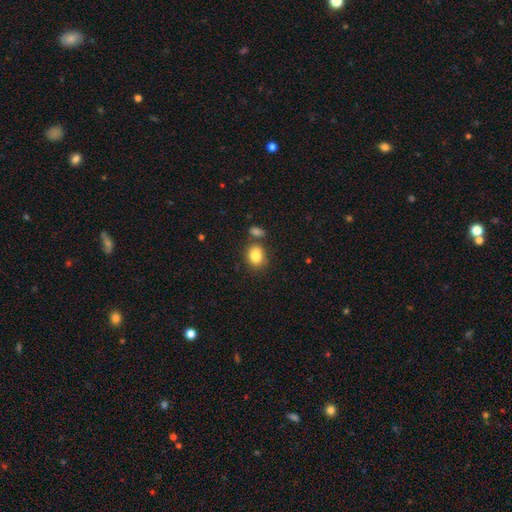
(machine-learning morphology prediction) This appears to be a smooth galaxy with no disk features (84%) that is in between round and cigar-shaped (54%). Merging: none (68%).